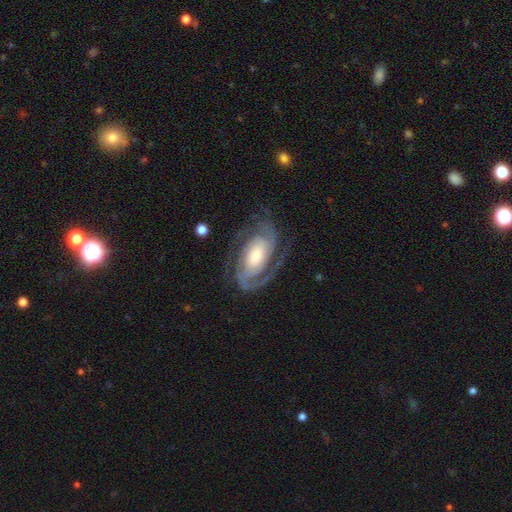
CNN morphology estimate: Smooth or featured? featured or disk (90%)
Edge-on disk? no (97%)
Bar? no (51%)
Spiral arms? yes (98%)
Spiral winding? tight (54%)
Spiral arm count? 2 (82%)
Bulge size? moderate (44%)
Merging? none (75%)